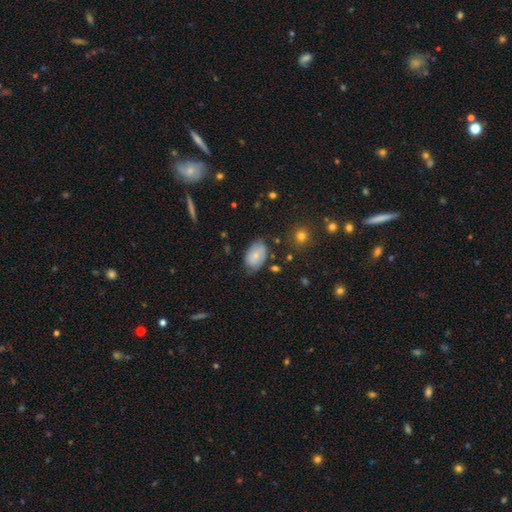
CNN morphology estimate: smooth_or_featured: smooth (p=0.68) [alt: featured or disk p=0.24]
how_rounded: in between (p=0.90) [alt: round p=0.09]
merging: none (p=0.63) [alt: minor disturbance p=0.28]